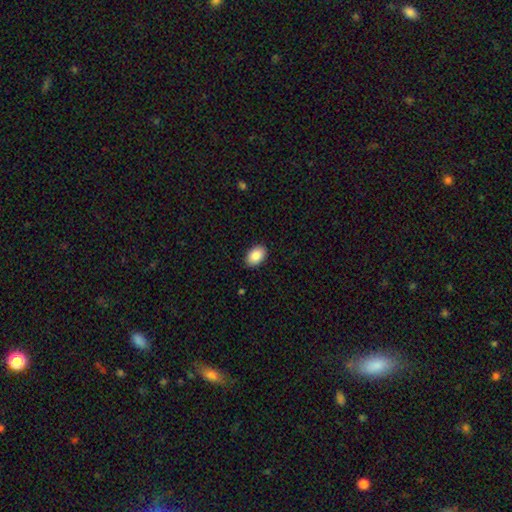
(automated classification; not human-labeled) This is clearly a smooth galaxy (87%). How rounded: clearly in between (88%). Merging: clearly none (89%).